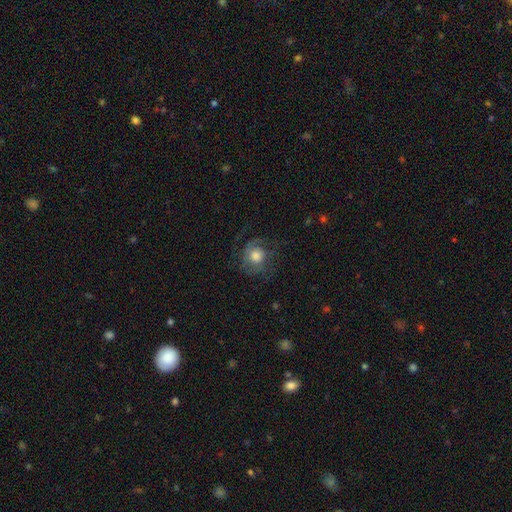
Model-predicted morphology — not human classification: Smooth or featured?
  - featured or disk: 50% *
  - smooth: 41%
  - star or artifact: 9%
Edge-on disk?
  - no: 97% *
  - yes: 3%
Merging?
  - none: 61% *
  - major disturbance: 20%
  - minor disturbance: 18%
  - merger: 1%